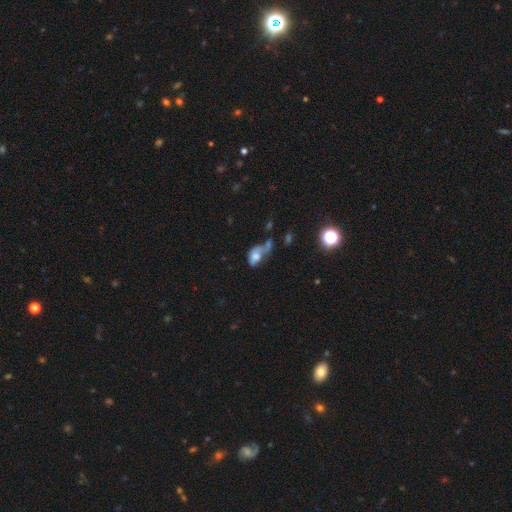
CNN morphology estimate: Smooth or featured? Predicted: smooth (p=0.58). How rounded? Predicted: in between (p=0.80). Merging? Predicted: merger (p=0.39).